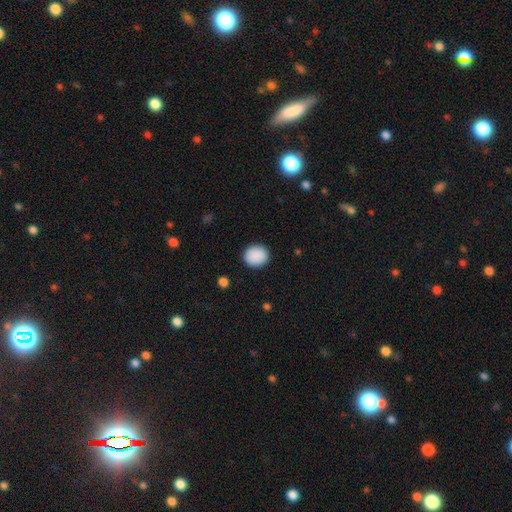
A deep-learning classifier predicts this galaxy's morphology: The model was most divided on "how rounded": round: 77%, in between: 22%, cigar-shaped: 1%. More confident: smooth or featured — smooth (90%); merging — none (89%).